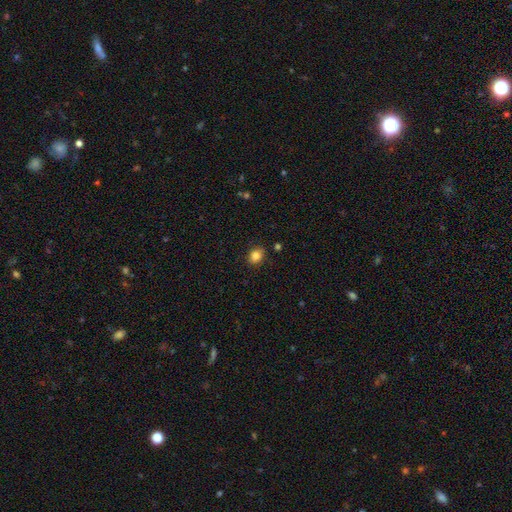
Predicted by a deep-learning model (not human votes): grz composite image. It shows a smooth galaxy with no disk features (84%) that is in between round and cigar-shaped (50%). Merging: none (87%).